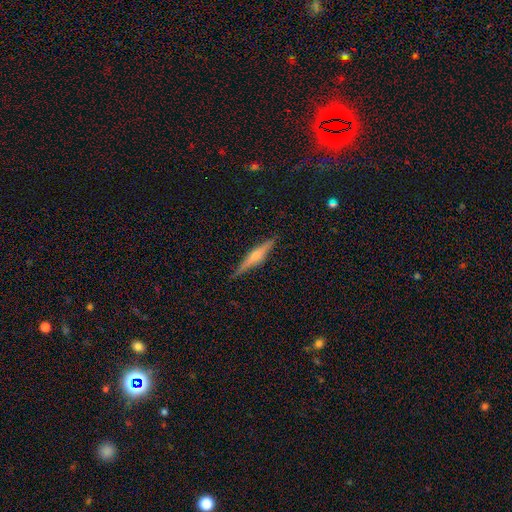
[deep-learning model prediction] Morphology: type=featured or disk (68%); edge-on=yes (97%); edge-on bulge=rounded (81%); merging=none (87%).